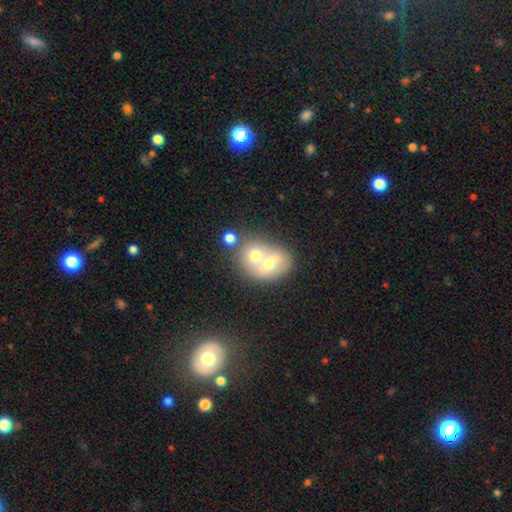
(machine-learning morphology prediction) This is likely a smooth galaxy (61%). How rounded: possibly round (58%). Merging: likely merger (66%).